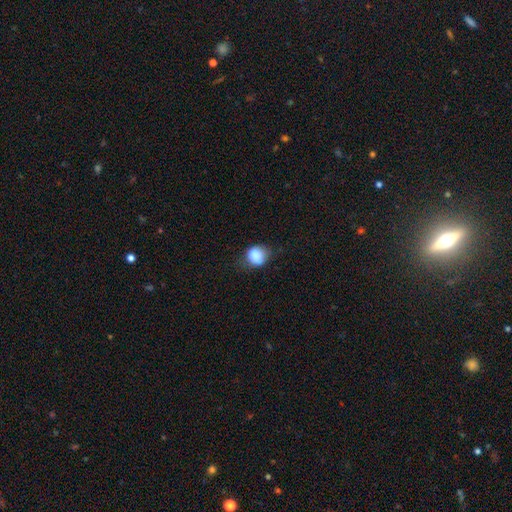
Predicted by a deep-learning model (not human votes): The model was most divided on "merging": none: 57%, minor disturbance: 32%, major disturbance: 9%, merger: 2%. More confident: smooth or featured — smooth (85%); how rounded — round (71%).